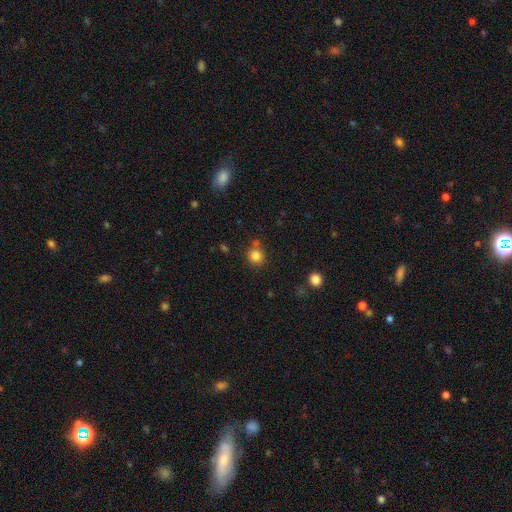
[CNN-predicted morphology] This is clearly a smooth galaxy (83%). How rounded: clearly round (87%). Merging: likely none (75%).